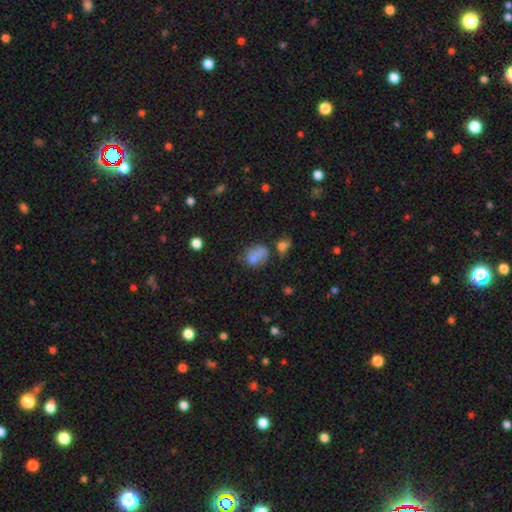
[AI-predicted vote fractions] Smooth or featured? Predicted: smooth (p=0.74). How rounded? Predicted: in between (p=0.63). Merging? Predicted: none (p=0.41).